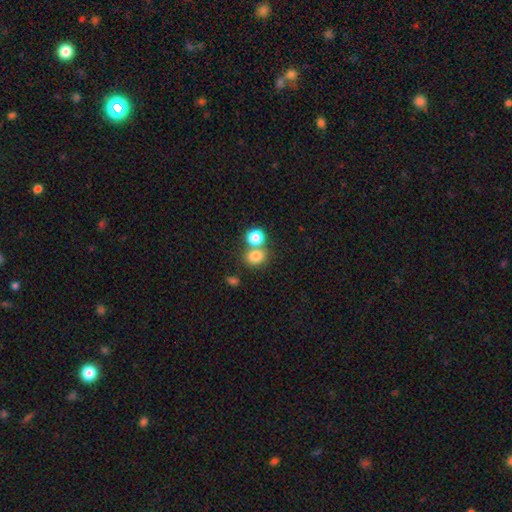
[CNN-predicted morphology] This is likely a smooth galaxy (79%). How rounded: likely round (65%). Merging: possibly none (51%).